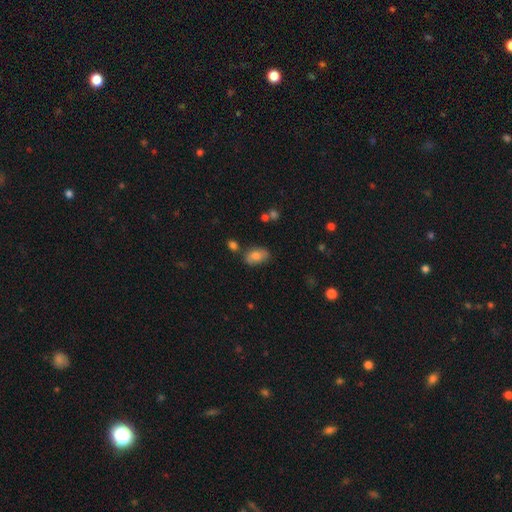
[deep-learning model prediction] The model was most divided on "merging": none: 71%, minor disturbance: 19%, merger: 6%, major disturbance: 4%. More confident: how rounded — in between (90%); smooth or featured — smooth (78%).